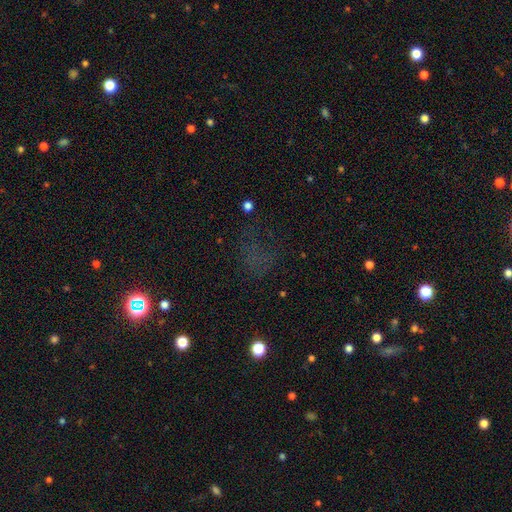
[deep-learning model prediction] Smooth or featured?
  - star or artifact: 48% *
  - smooth: 37%
  - featured or disk: 16%